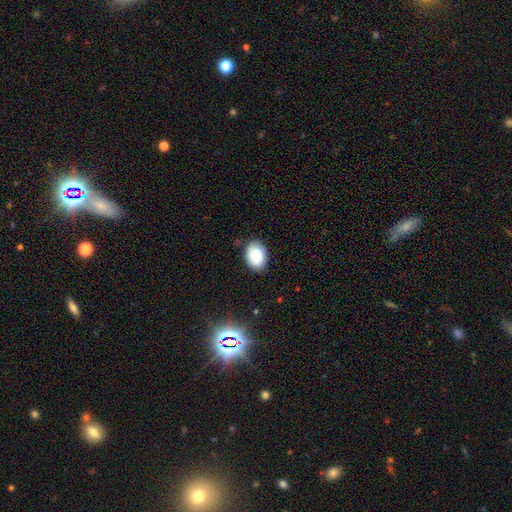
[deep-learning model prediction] Smooth or featured? smooth (88%)
How rounded? in between (81%)
Merging? none (83%)